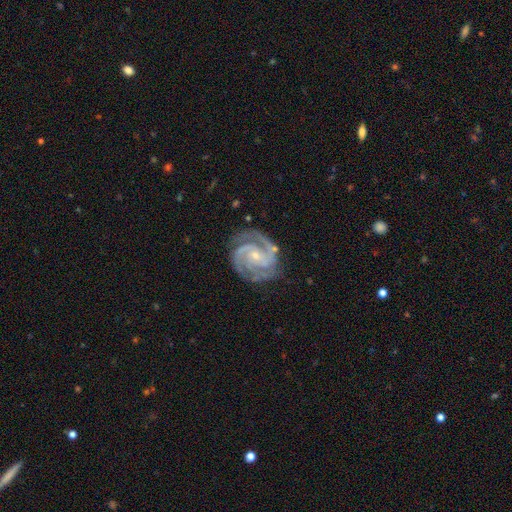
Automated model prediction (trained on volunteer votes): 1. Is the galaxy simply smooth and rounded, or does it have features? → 93% featured or disk, 4% star or artifact, 3% smooth.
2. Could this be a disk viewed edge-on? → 98% no, 2% yes.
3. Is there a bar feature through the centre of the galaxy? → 57% no, 30% weak, 12% strong.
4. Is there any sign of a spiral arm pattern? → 99% yes, 1% no.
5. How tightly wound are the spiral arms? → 59% tight, 37% medium, 4% loose.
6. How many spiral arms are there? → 57% 2, 28% 3, 5% can't tell, 4% 4, 3% 1, 3% more than 4.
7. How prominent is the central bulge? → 77% small, 20% moderate, 2% none, 1% large, 1% dominant.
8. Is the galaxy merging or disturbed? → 78% none, 16% minor disturbance, 5% major disturbance, 2% merger.